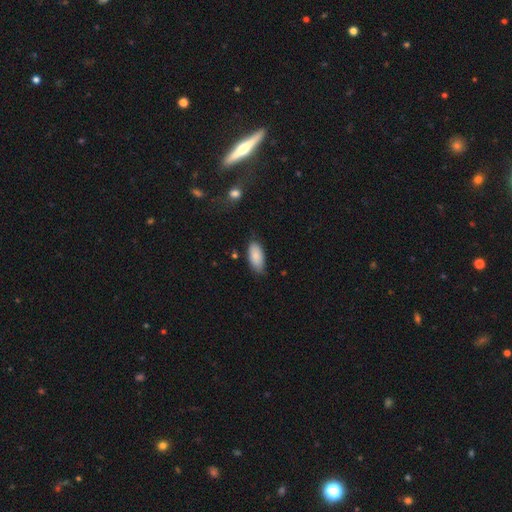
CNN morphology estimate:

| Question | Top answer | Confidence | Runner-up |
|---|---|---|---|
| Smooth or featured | smooth | 87% | featured or disk (7%) |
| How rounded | in between | 91% | cigar-shaped (7%) |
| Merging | none | 74% | minor disturbance (20%) |